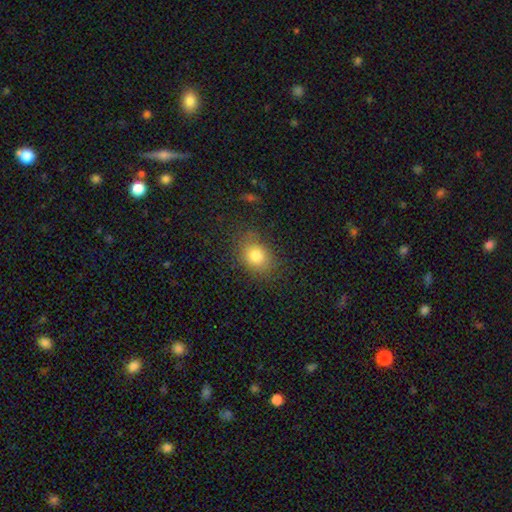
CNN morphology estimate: Overall: smooth (80%). How rounded: in between (54%; round 45%). Merging: none (75%).